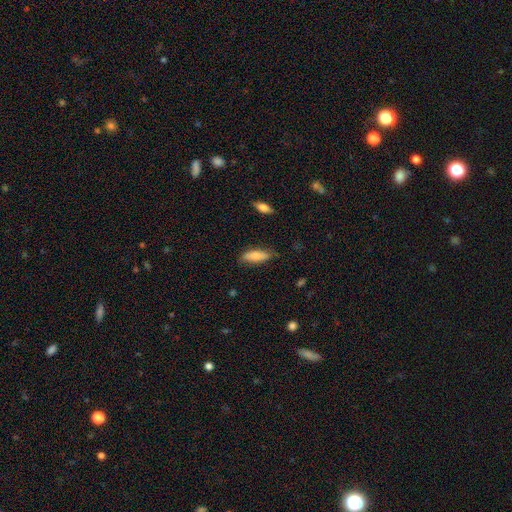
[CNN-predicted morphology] A smooth galaxy with no disk features (77%) that is in between round and cigar-shaped (59%). Merging: none (75%).